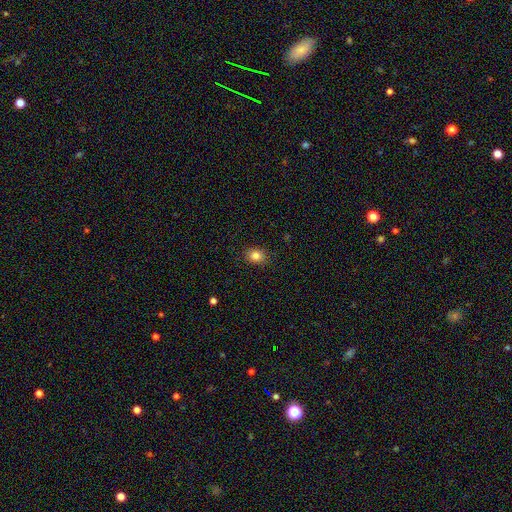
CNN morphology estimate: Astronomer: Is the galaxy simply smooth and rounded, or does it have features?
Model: smooth — 84%.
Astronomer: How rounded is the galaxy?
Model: in between — 53% (runner-up: round, 46%).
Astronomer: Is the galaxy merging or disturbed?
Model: none — 88%.